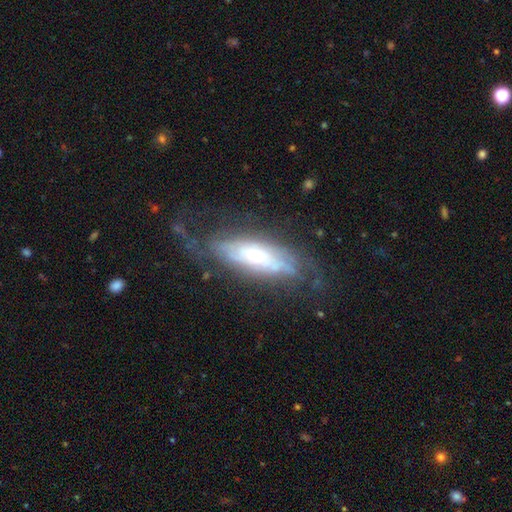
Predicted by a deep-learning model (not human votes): featured or disk 74%, smooth 20%, star or artifact 7%. Down the decision tree: edge-on disk — no (76%); bar — no (69%); spiral arms — yes (79%); bulge size — small (56%); merging — none (60%).